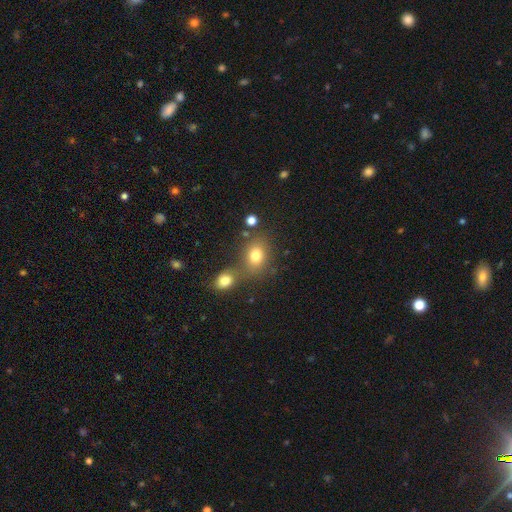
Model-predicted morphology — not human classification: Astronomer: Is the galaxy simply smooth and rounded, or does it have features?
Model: smooth — 77%.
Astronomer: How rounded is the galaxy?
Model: in between — 51% (runner-up: round, 48%).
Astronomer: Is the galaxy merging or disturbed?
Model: none — 55%.